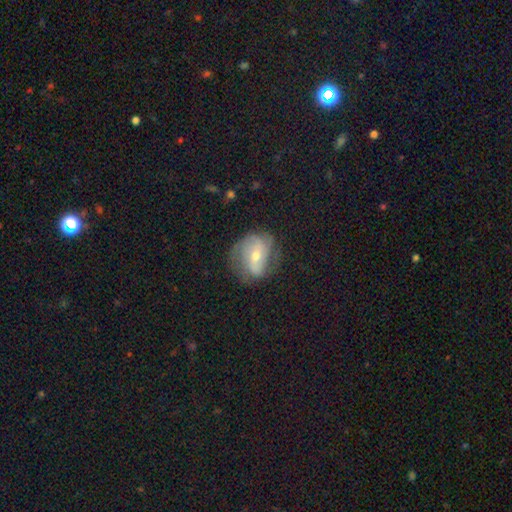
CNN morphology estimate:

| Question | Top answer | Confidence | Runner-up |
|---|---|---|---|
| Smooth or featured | featured or disk | 67% | smooth (25%) |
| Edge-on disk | no | 96% | yes (4%) |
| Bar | no | 46% | weak (35%) |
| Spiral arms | yes | 83% | no (17%) |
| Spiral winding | medium | 40% | tight (35%) |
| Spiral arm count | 2 | 46% | can't tell (27%) |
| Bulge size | moderate | 51% | small (45%) |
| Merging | none | 61% | minor disturbance (24%) |